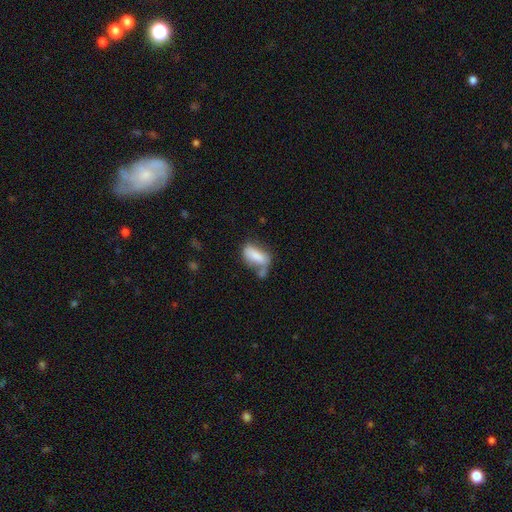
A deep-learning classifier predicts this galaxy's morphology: Q: Smooth or featured?
A: smooth (76%); runner-up: featured or disk (16%)
Q: How rounded?
A: in between (85%); runner-up: cigar-shaped (11%)
Q: Merging?
A: merger (31%); tied with: none (31%)